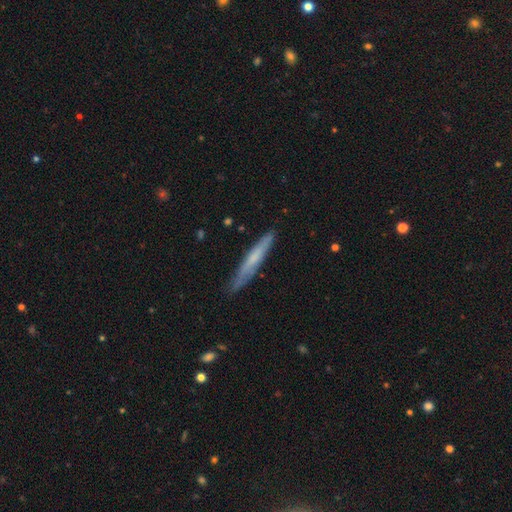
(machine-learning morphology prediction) Smooth or featured: smooth — 55% (featured or disk — 39%)
How rounded: cigar-shaped — 95% (in between — 4%)
Merging: none — 83% (minor disturbance — 14%)